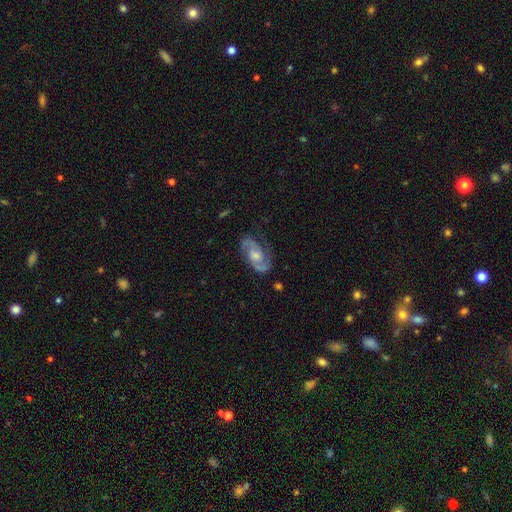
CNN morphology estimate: Smooth or featured: featured or disk — 87% (smooth — 8%)
Edge-on disk: no — 97% (yes — 3%)
Bar: no — 55% (weak — 38%)
Spiral arms: yes — 97% (no — 3%)
Spiral winding: medium — 54% (tight — 30%)
Spiral arm count: 2 — 90% (can't tell — 4%)
Bulge size: moderate — 53% (small — 34%)
Merging: none — 76% (minor disturbance — 16%)